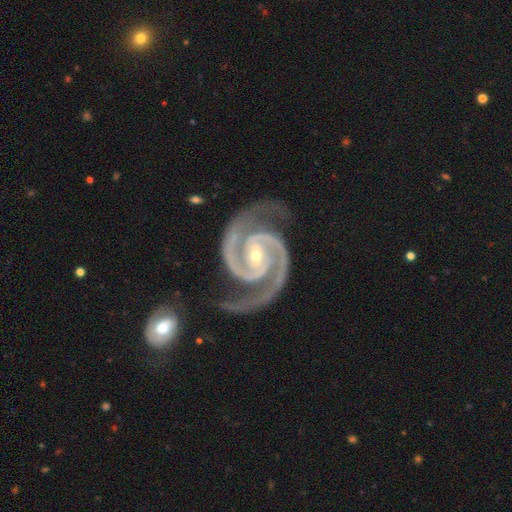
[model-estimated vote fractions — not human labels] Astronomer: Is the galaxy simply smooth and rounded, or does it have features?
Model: featured or disk — 95%.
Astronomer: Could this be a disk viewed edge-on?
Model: no — 98%.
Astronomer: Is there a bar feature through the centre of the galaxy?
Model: strong — 35% (runner-up: no, 33%).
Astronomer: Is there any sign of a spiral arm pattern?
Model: yes — 99%.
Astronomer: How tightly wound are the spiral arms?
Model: tight — 52% (runner-up: medium, 43%).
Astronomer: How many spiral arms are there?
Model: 2 — 93%.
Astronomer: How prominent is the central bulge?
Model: small — 71%.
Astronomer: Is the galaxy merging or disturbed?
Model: none — 75%.